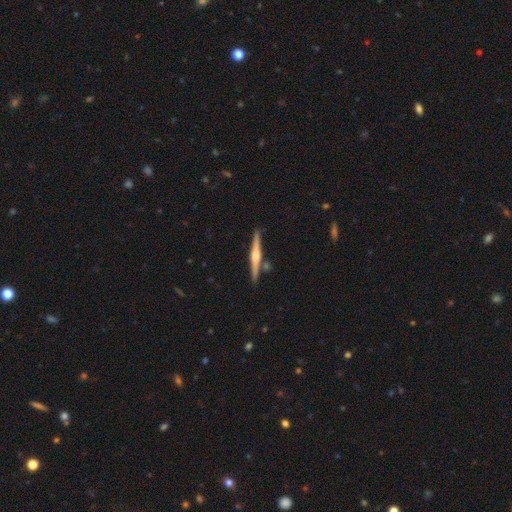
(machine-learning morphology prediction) This appears to be a featured or disk galaxy (71%) viewed edge-on (98%) with a rounded central bulge (81%). Merging: none (85%).